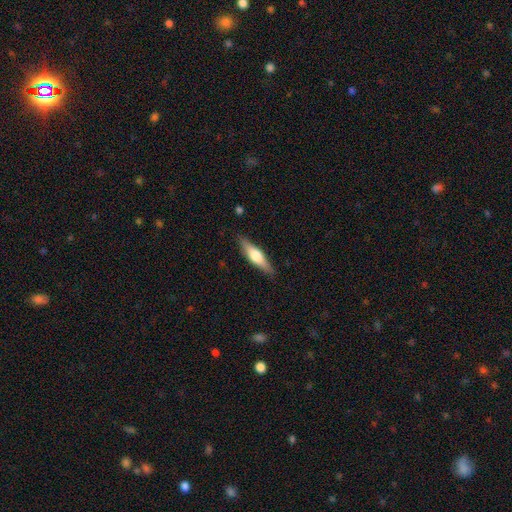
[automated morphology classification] A smooth galaxy with no disk features (50%).

Vote fractions:
- Smooth or featured? smooth: 50% / featured or disk: 45% / star or artifact: 6%
- Merging? none: 87% / minor disturbance: 10% / major disturbance: 2% / merger: 1%